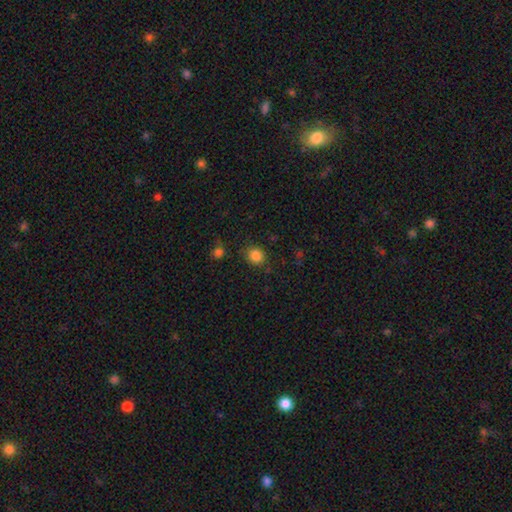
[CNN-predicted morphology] smooth 85%, star or artifact 11%, featured or disk 4%. Down the decision tree: how rounded — round (80%); merging — none (84%).